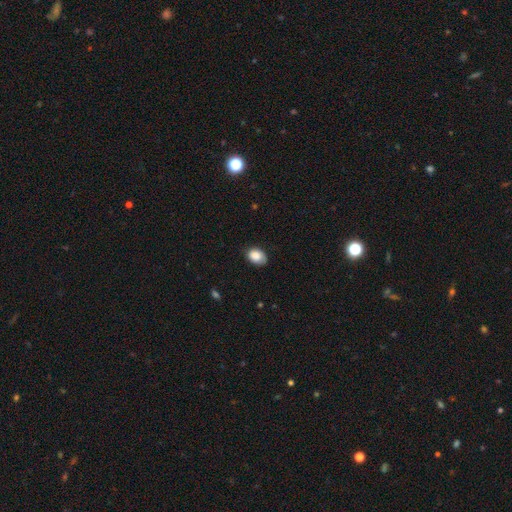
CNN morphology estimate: smooth-or-featured: smooth: 84% | featured or disk: 8% | star or artifact: 8%
  how-rounded: in between: 71% | round: 28% | cigar-shaped: 1%
  merging: none: 68% | minor disturbance: 25% | major disturbance: 5% | merger: 1%